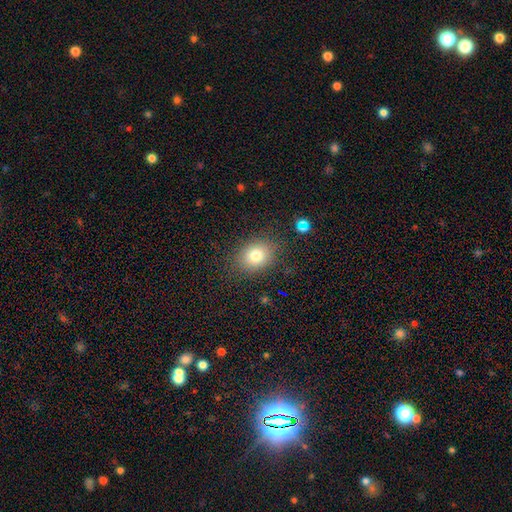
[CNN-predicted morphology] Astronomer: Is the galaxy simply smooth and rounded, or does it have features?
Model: smooth — 78%.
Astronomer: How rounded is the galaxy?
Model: in between — 50% (runner-up: round, 49%).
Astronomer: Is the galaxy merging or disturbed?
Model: none — 81%.